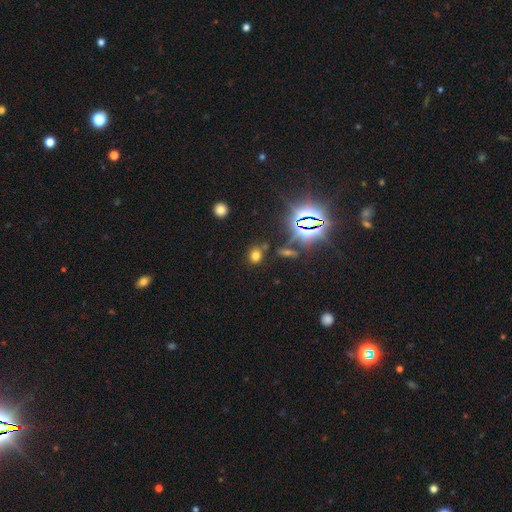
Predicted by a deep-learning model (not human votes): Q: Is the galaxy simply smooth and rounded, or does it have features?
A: smooth — 64%.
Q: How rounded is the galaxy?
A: round — 64%.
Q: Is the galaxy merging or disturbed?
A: none — 78%.